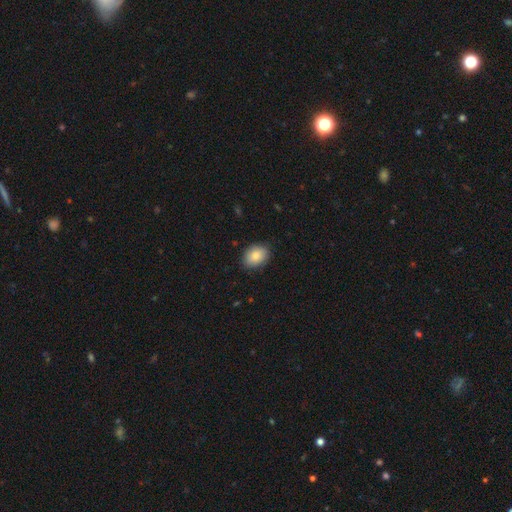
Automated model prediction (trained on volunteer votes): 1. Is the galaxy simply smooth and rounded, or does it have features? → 86% smooth, 7% star or artifact, 7% featured or disk.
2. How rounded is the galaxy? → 75% in between, 24% round, 1% cigar-shaped.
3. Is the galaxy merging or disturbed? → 86% none, 11% minor disturbance, 2% major disturbance, 1% merger.